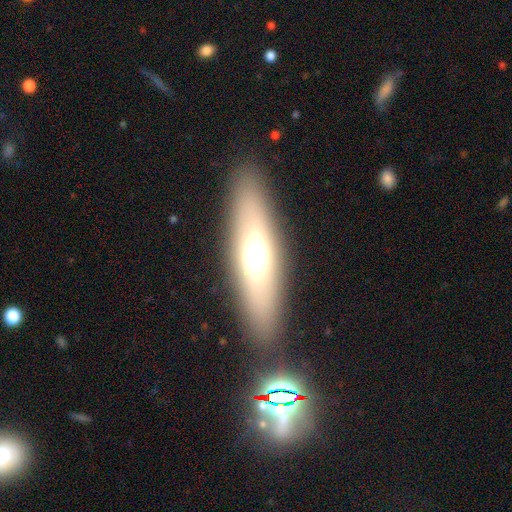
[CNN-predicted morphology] This is possibly a smooth galaxy (52%). How rounded: possibly cigar-shaped (52%). Merging: clearly none (85%).